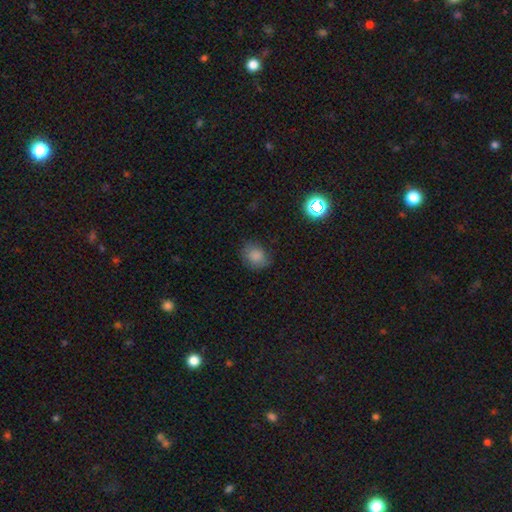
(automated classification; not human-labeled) Smooth or featured?
  - smooth: 83% *
  - star or artifact: 11%
  - featured or disk: 6%
How rounded?
  - round: 52% *
  - in between: 47%
  - cigar-shaped: 1%
Merging?
  - none: 76% *
  - minor disturbance: 18%
  - major disturbance: 4%
  - merger: 1%